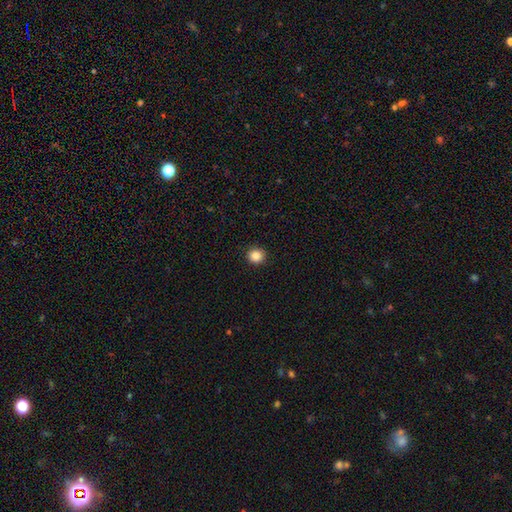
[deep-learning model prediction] The model was most divided on "smooth or featured": smooth: 86%, star or artifact: 10%, featured or disk: 4%. More confident: how rounded — round (92%); merging — none (92%).